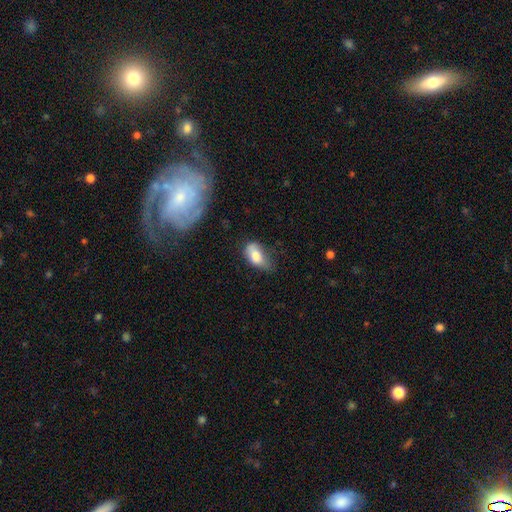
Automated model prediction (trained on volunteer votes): Overall: smooth (75%). How rounded: in between (89%). Merging: minor disturbance (42%; none 33%).